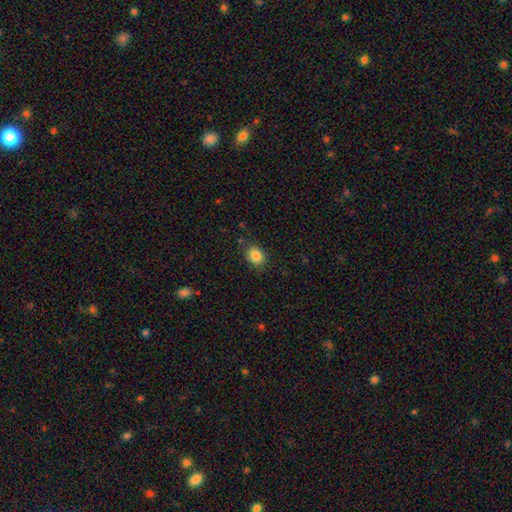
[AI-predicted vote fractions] Smooth or featured: smooth — 85% (star or artifact — 10%)
How rounded: round — 51% (in between — 48%)
Merging: none — 83% (minor disturbance — 12%)